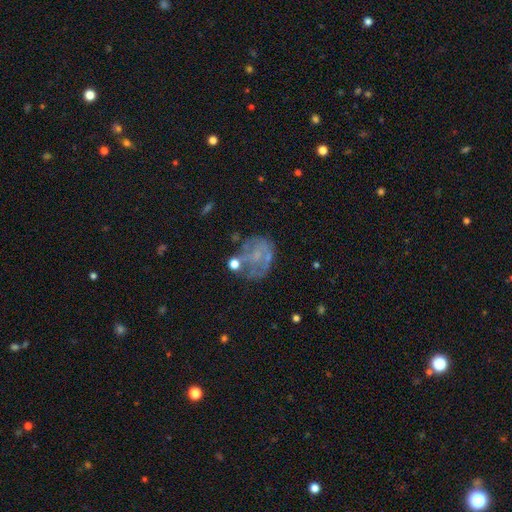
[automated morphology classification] Q: Smooth or featured?
A: featured or disk (52%); runner-up: smooth (31%)
Q: Edge-on disk?
A: no (98%); runner-up: yes (2%)
Q: Bar?
A: no (84%); runner-up: weak (13%)
Q: Spiral arms?
A: no (66%); runner-up: yes (34%)
Q: Bulge size?
A: none (58%); runner-up: small (29%)
Q: Merging?
A: none (43%); runner-up: major disturbance (26%)